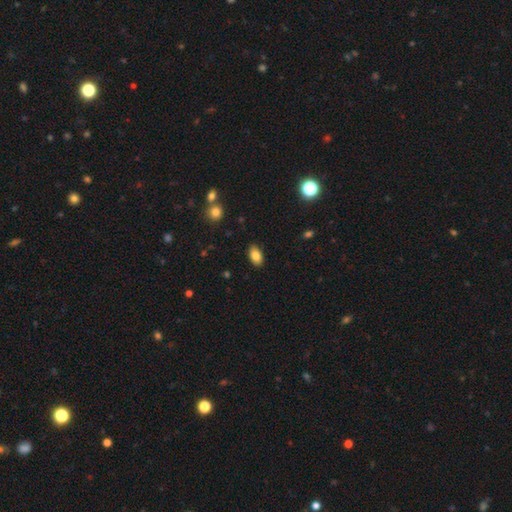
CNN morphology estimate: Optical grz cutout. It shows a smooth galaxy with no disk features (83%) that is in between round and cigar-shaped (91%). Merging: none (88%).